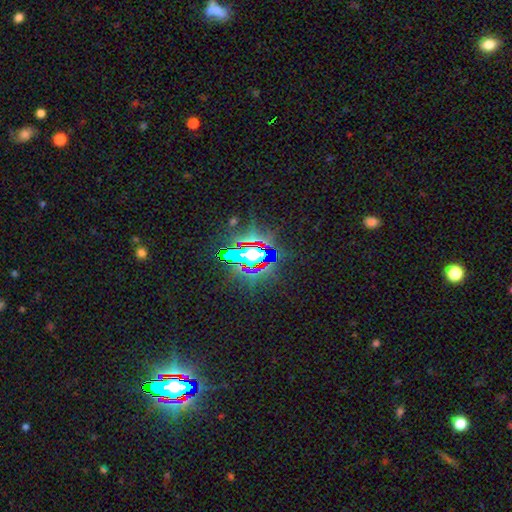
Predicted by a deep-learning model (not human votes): Morphology: type=star or artifact (74%).